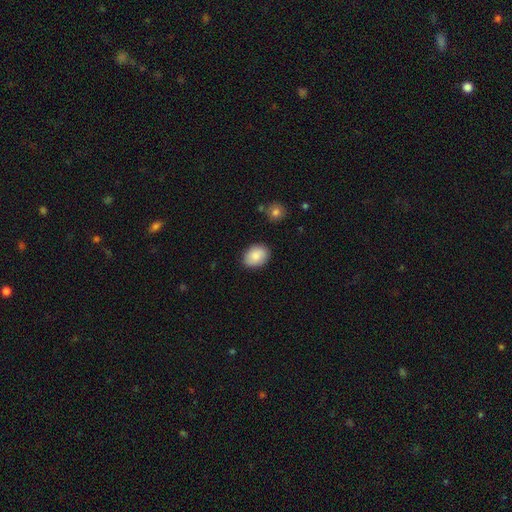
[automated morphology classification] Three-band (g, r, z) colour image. It shows a smooth galaxy with no disk features (87%) that is in between round and cigar-shaped (73%). Merging: none (86%).